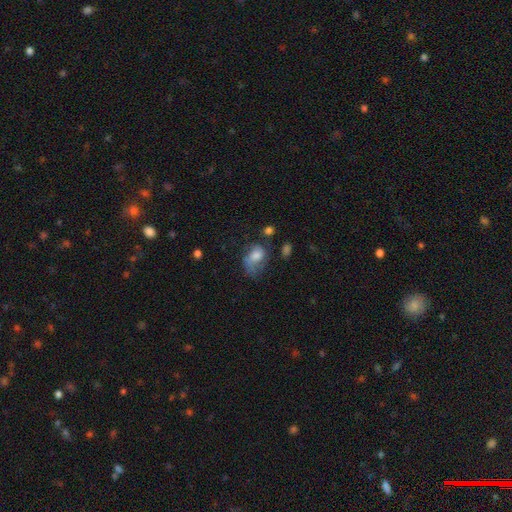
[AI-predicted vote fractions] Q: Smooth or featured?
A: smooth (60%); runner-up: featured or disk (29%)
Q: How rounded?
A: in between (75%); runner-up: round (24%)
Q: Merging?
A: major disturbance (33%); runner-up: none (32%)